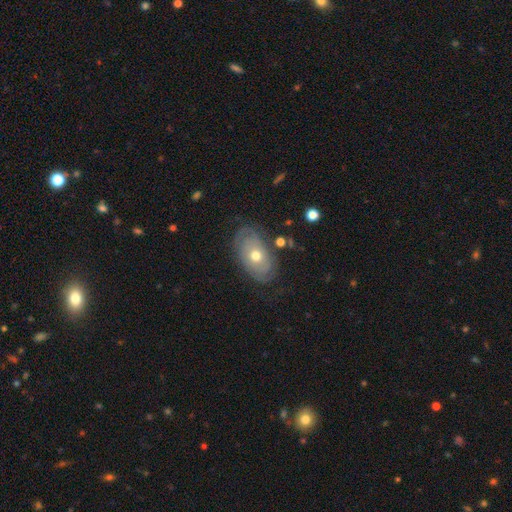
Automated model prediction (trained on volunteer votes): Morphology: type=featured or disk (69%); edge-on=no (93%); bar=no (87%); spiral arms=yes (71%); bulge=moderate (71%); merging=none (73%).